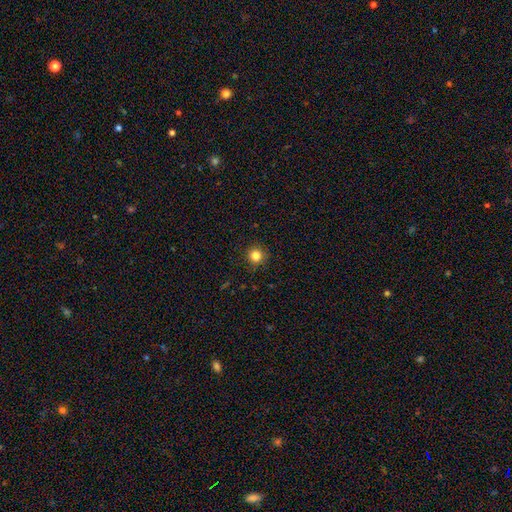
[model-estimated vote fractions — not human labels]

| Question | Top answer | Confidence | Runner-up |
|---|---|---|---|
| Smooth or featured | smooth | 83% | star or artifact (12%) |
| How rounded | round | 93% | in between (6%) |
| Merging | none | 90% | minor disturbance (7%) |